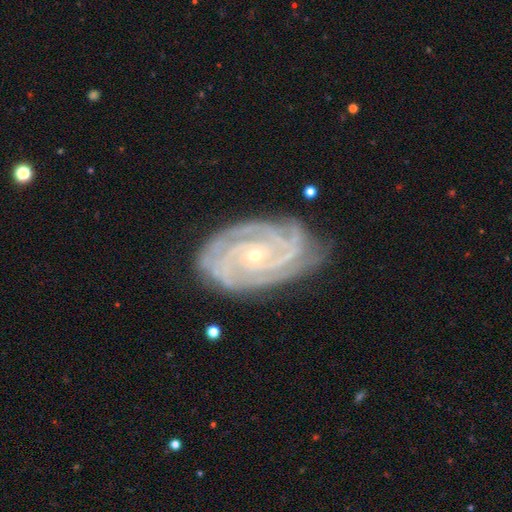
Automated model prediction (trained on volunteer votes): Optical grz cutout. It shows a featured or disk galaxy (91%) with no bar (70%), 3 (29%) tight (81%) spiral arms (99%) and a small central bulge (82%). Merging: none (79%).